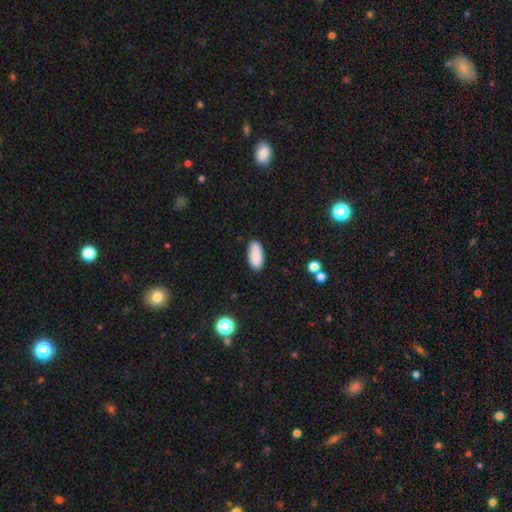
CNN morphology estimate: This is clearly a smooth galaxy (89%). How rounded: clearly in between (91%). Merging: clearly none (88%).